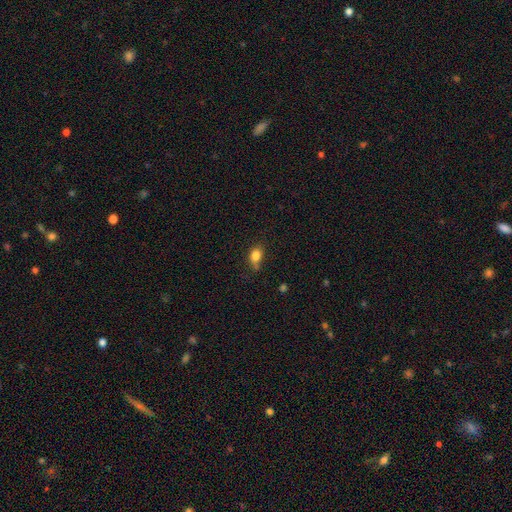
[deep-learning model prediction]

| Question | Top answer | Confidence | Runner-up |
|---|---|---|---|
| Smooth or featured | smooth | 82% | star or artifact (10%) |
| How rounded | in between | 68% | round (28%) |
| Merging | none | 56% | minor disturbance (31%) |